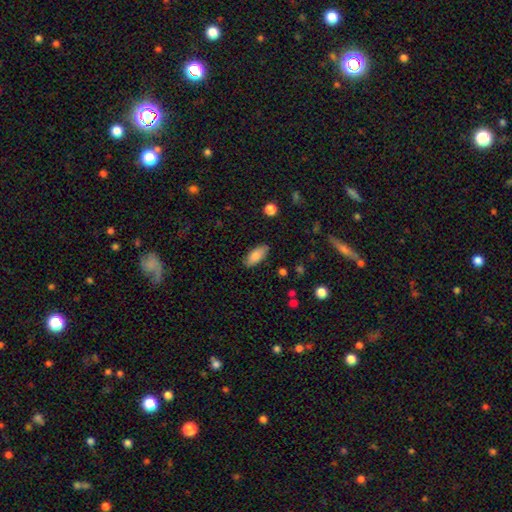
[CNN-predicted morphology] type=smooth (85%); roundness=in between (87%); merging=none (85%).